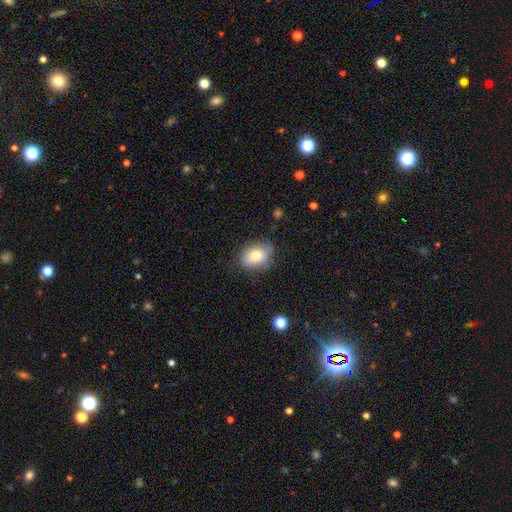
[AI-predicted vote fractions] This is likely a smooth galaxy (78%). How rounded: likely in between (67%). Merging: likely none (75%).